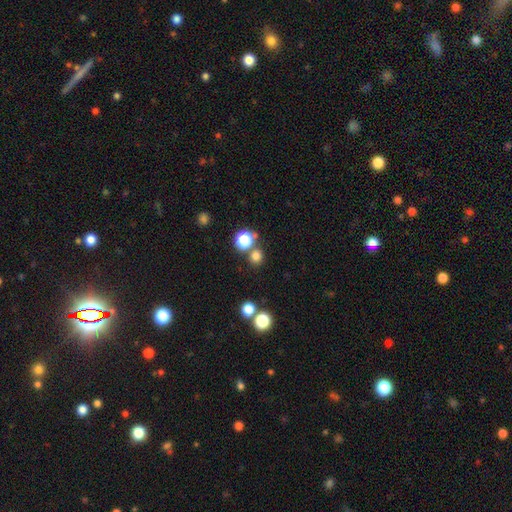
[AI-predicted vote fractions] smooth-or-featured: smooth: 75% | star or artifact: 19% | featured or disk: 5%
  how-rounded: round: 87% | in between: 12% | cigar-shaped: 1%
  merging: none: 74% | merger: 16% | minor disturbance: 7% | major disturbance: 3%